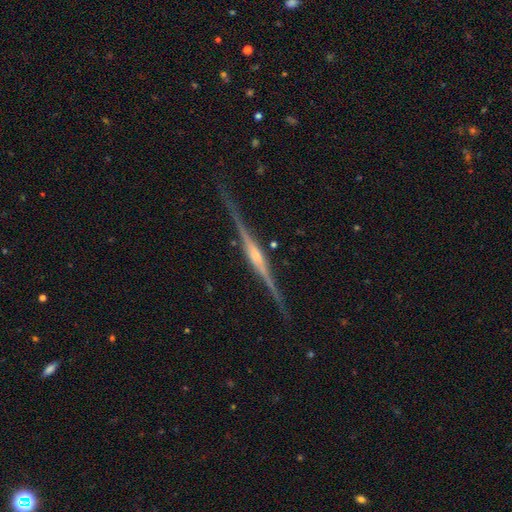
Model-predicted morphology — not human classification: This appears to be a featured or disk galaxy (87%) viewed edge-on (98%) with a rounded central bulge (65%). Merging: none (88%).